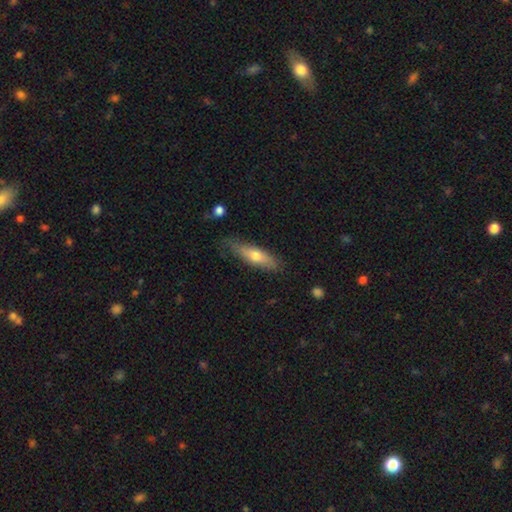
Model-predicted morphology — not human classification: The model was most divided on "how rounded": cigar-shaped: 57%, in between: 41%, round: 2%. More confident: merging — none (71%); smooth or featured — smooth (64%).